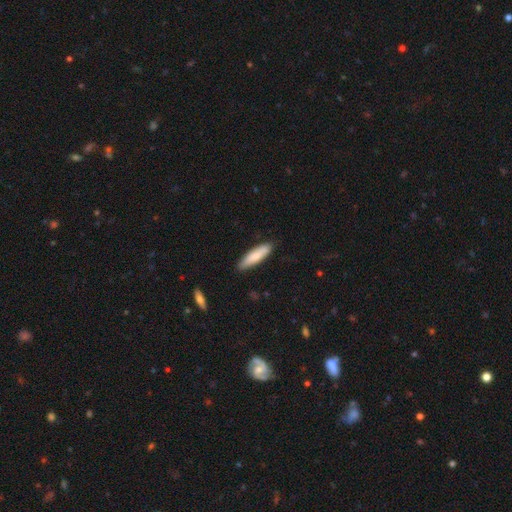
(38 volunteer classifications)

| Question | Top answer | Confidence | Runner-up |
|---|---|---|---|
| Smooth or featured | smooth | 95% | featured or disk (3%) |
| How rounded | cigar-shaped | 72% | in between (22%) |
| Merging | none | 68% | minor disturbance (27%) |